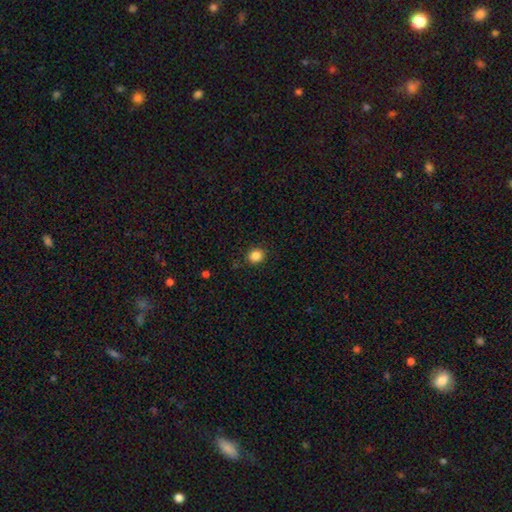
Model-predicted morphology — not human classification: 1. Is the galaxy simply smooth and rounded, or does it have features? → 85% smooth, 11% star or artifact, 4% featured or disk.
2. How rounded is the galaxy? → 77% round, 22% in between, 1% cigar-shaped.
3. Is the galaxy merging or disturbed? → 88% none, 8% minor disturbance, 2% major disturbance, 1% merger.